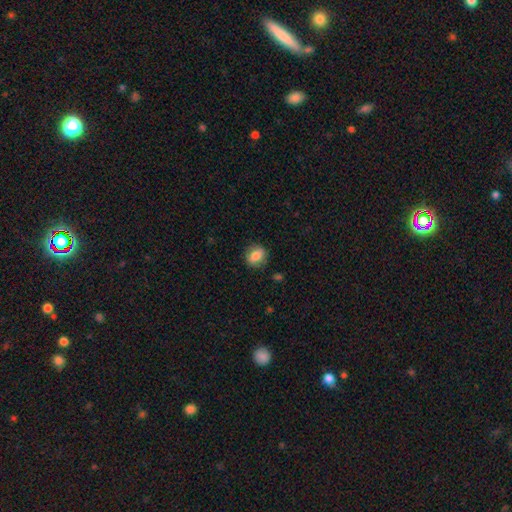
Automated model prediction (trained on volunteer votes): This is clearly a smooth galaxy (82%). How rounded: possibly round (53%). Merging: clearly none (82%).